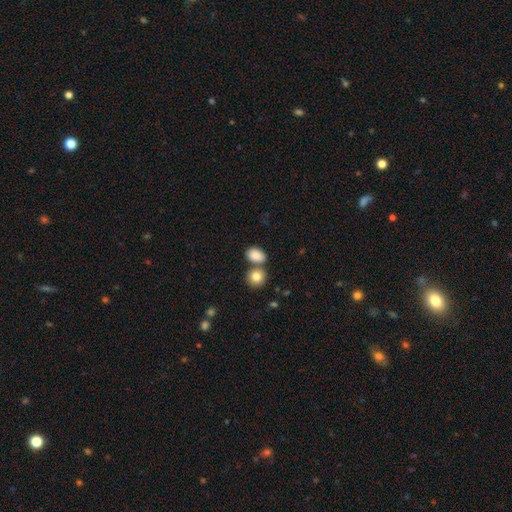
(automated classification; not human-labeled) smooth-or-featured: smooth: 85% | star or artifact: 8% | featured or disk: 7%
  how-rounded: in between: 73% | round: 25% | cigar-shaped: 1%
  merging: none: 55% | merger: 30% | minor disturbance: 11% | major disturbance: 3%